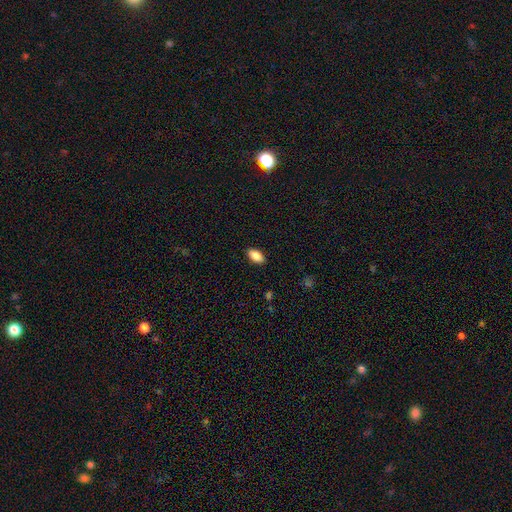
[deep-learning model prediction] smooth 87%, star or artifact 7%, featured or disk 6%. Down the decision tree: how rounded — in between (91%); merging — none (89%).